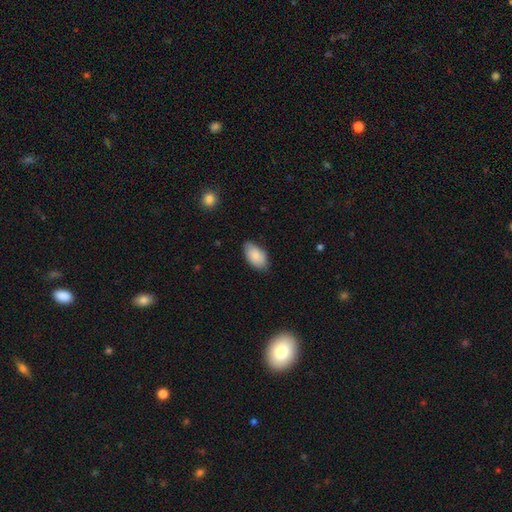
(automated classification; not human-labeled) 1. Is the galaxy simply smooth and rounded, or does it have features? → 85% smooth, 9% featured or disk, 6% star or artifact.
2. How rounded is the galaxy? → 95% in between, 4% round, 2% cigar-shaped.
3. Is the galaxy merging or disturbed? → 74% none, 22% minor disturbance, 3% major disturbance, 1% merger.